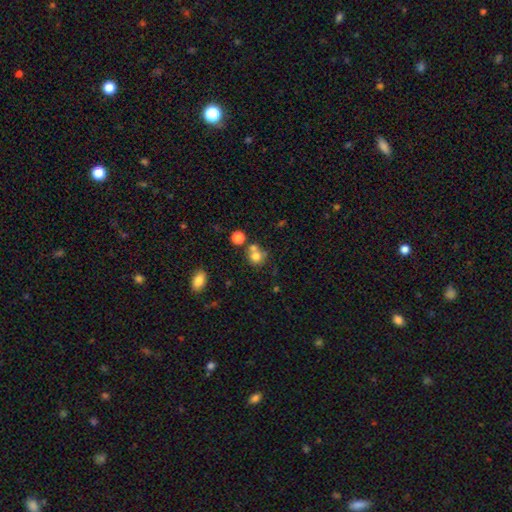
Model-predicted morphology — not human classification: Smooth or featured?
  - smooth: 75% *
  - star or artifact: 13%
  - featured or disk: 12%
How rounded?
  - round: 82% *
  - in between: 17%
  - cigar-shaped: 1%
Merging?
  - none: 49% *
  - merger: 37%
  - minor disturbance: 10%
  - major disturbance: 4%